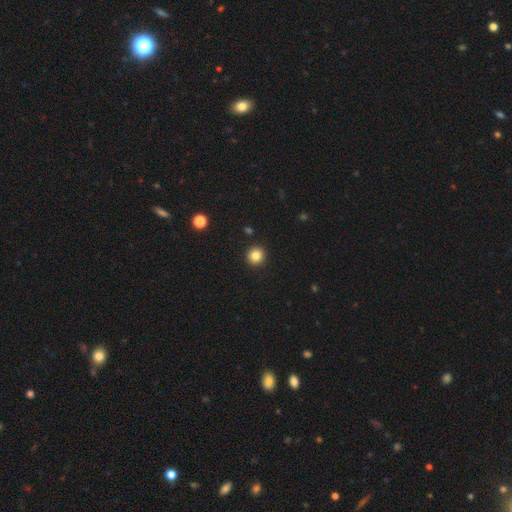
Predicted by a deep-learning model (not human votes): smooth_or_featured: smooth (p=0.84) [alt: star or artifact p=0.11]
how_rounded: round (p=0.94) [alt: in between p=0.05]
merging: none (p=0.93) [alt: minor disturbance p=0.04]